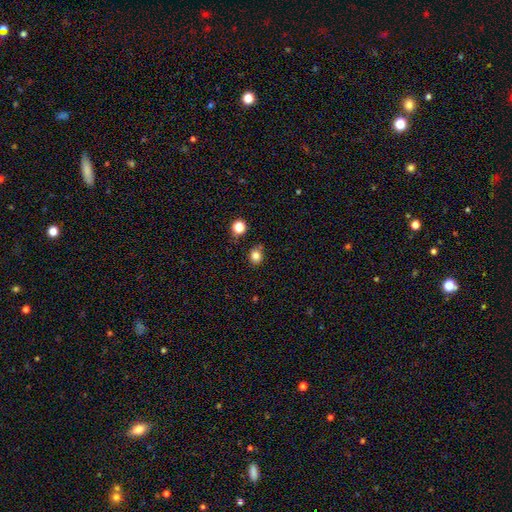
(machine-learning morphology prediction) smooth-or-featured: smooth: 82% | star or artifact: 13% | featured or disk: 6%
  how-rounded: round: 69% | in between: 31% | cigar-shaped: 1%
  merging: none: 76% | minor disturbance: 15% | merger: 5% | major disturbance: 3%